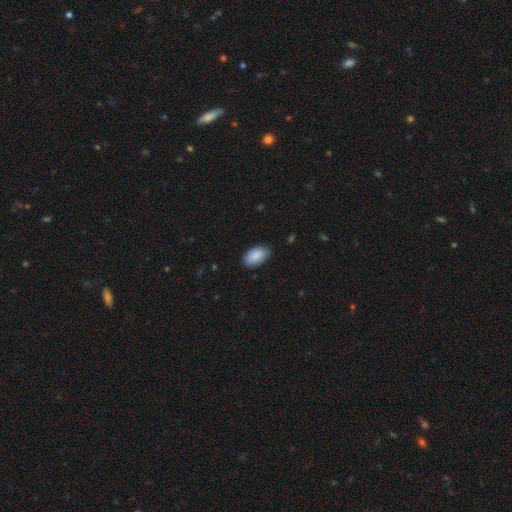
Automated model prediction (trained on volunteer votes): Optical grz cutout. It shows a smooth galaxy with no disk features (88%) that is in between round and cigar-shaped (95%). Merging: none (83%).